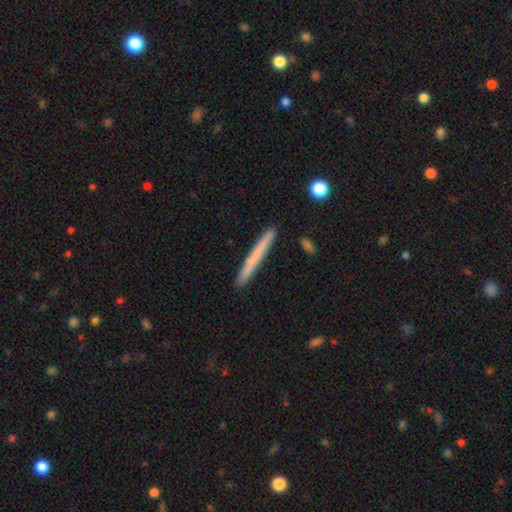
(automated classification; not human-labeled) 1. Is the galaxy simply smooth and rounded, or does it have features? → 66% smooth, 28% featured or disk, 6% star or artifact.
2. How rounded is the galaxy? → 97% cigar-shaped, 2% in between, 1% round.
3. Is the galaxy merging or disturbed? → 91% none, 7% minor disturbance, 1% merger, 1% major disturbance.